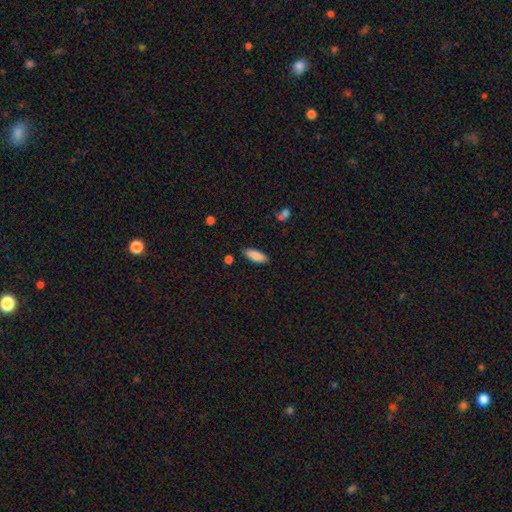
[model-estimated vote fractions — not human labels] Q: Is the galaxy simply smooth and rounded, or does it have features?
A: smooth — 87%.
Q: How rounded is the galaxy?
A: in between — 67%.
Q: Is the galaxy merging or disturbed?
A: none — 86%.